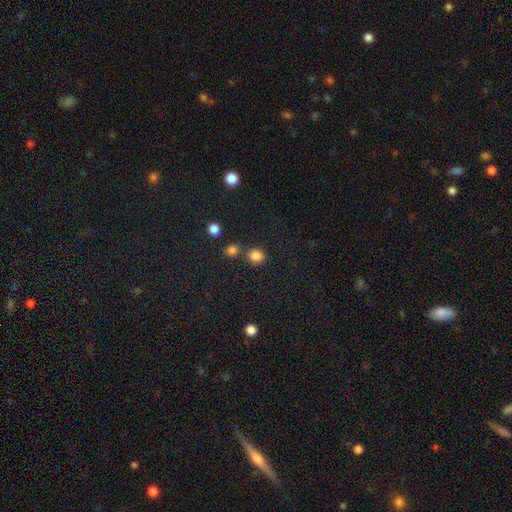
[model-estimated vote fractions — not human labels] smooth 83%, star or artifact 13%, featured or disk 4%. Down the decision tree: how rounded — round (78%); merging — none (72%).